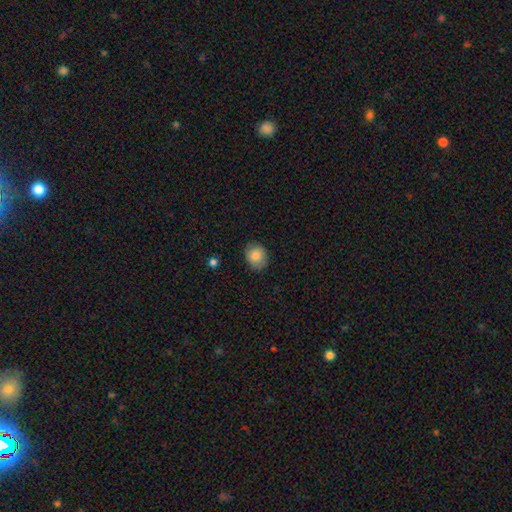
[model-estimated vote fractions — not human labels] Overall: smooth (85%). How rounded: round (65%; in between 34%). Merging: none (82%).